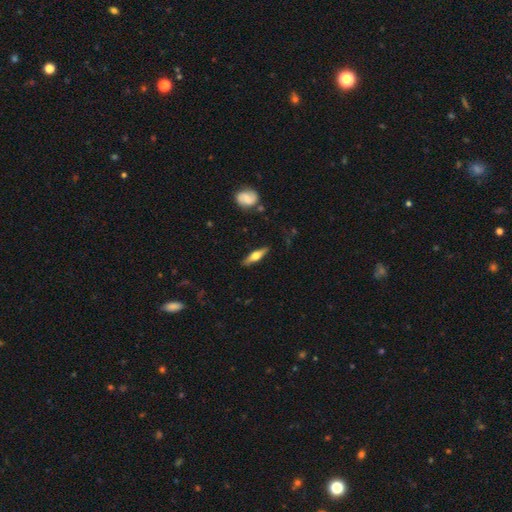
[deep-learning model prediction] Overall: featured or disk (57%; smooth 38%). Edge-on disk: yes (92%). Edge-on bulge: rounded (93%). Merging: none (86%).